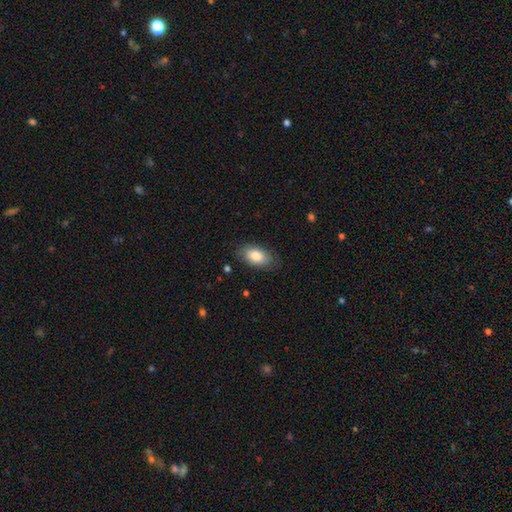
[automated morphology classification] This is clearly a smooth galaxy (83%). How rounded: clearly in between (93%). Merging: clearly none (81%).